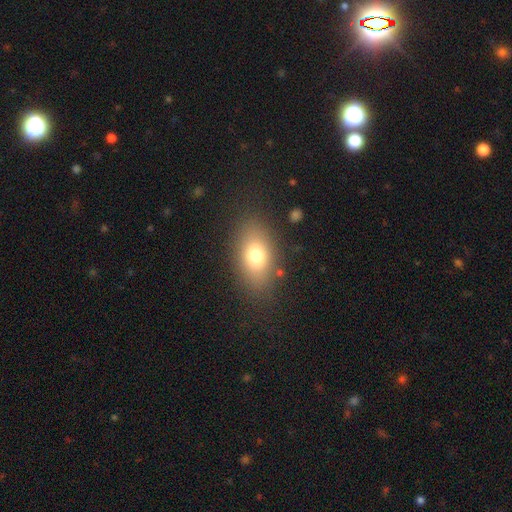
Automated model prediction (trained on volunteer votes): smooth_or_featured: smooth (p=0.75) [alt: featured or disk p=0.15]
how_rounded: in between (p=0.84) [alt: round p=0.13]
merging: none (p=0.81) [alt: minor disturbance p=0.11]